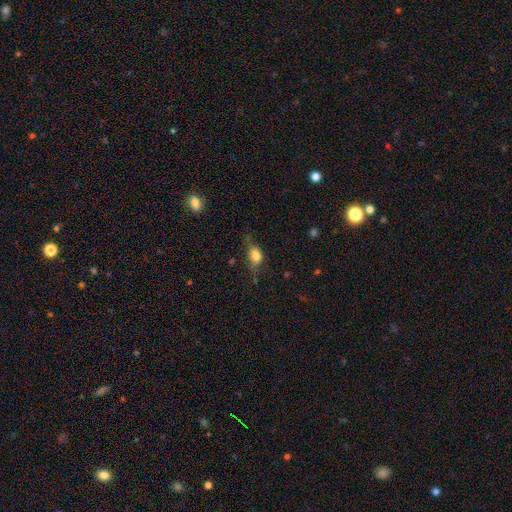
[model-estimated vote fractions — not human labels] A smooth galaxy with no disk features (74%) that is in between round and cigar-shaped (80%). Merging: none (48%).